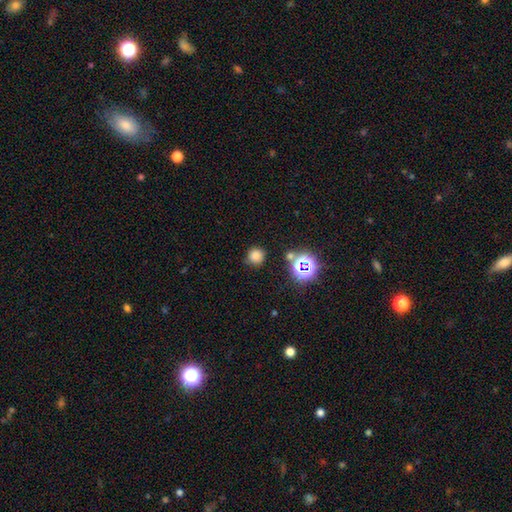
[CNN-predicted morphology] smooth_or_featured: smooth (p=0.75) [alt: star or artifact p=0.20]
how_rounded: round (p=0.91) [alt: in between p=0.08]
merging: none (p=0.82) [alt: minor disturbance p=0.11]